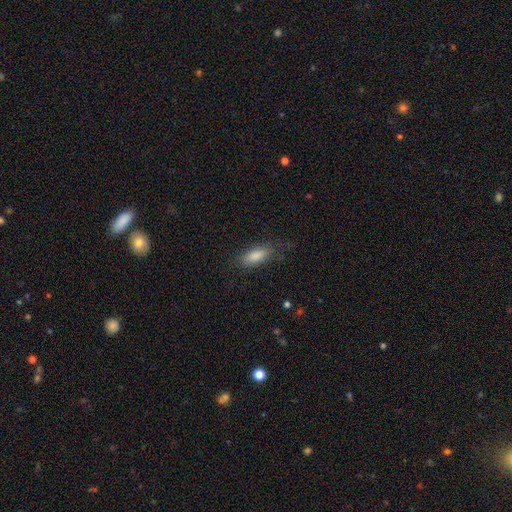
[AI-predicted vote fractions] Smooth or featured? smooth (81%)
How rounded? in between (71%)
Merging? none (74%)